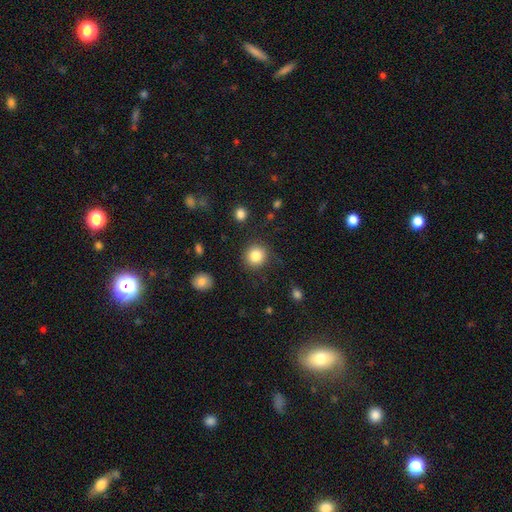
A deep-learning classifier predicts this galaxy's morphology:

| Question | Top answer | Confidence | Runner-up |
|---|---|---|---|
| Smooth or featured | smooth | 85% | star or artifact (9%) |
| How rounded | round | 90% | in between (9%) |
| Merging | none | 86% | minor disturbance (8%) |